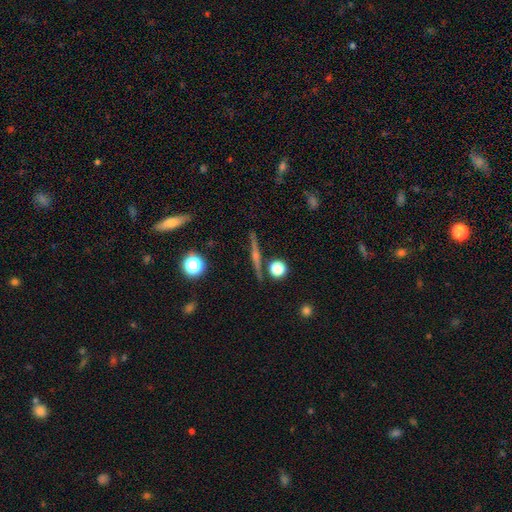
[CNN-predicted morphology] The model was most divided on "smooth or featured": featured or disk: 72%, smooth: 17%, star or artifact: 11%. More confident: edge-on disk — yes (97%); merging — none (89%); edge-on bulge — rounded (81%).